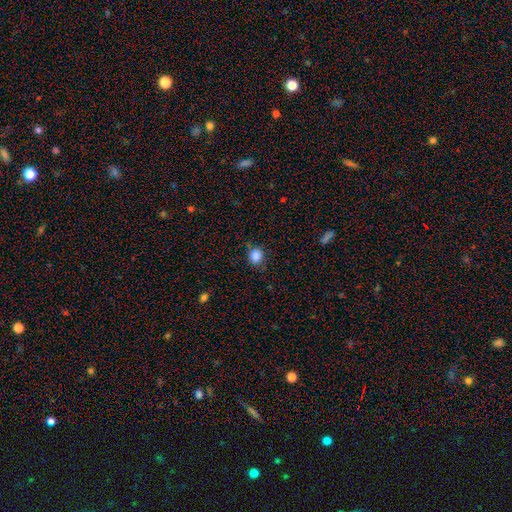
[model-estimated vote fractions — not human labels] A smooth galaxy with no disk features (85%) that is round (68%).

Vote fractions:
- Smooth or featured? smooth: 85% / star or artifact: 10% / featured or disk: 4%
- How rounded? round: 68% / in between: 31% / cigar-shaped: 1%
- Merging? none: 75% / minor disturbance: 18% / major disturbance: 4% / merger: 2%